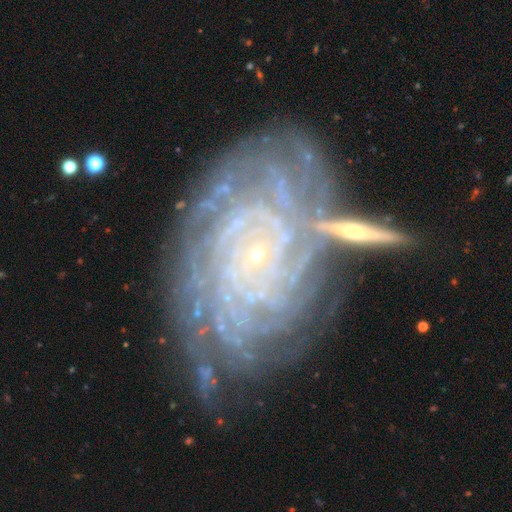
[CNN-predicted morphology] Overall: featured or disk (89%). Edge-on disk: no (97%). Bar: no (78%). Spiral arms: yes (97%). Spiral arm count: more than 4 (34%; can't tell 22%). Spiral winding: tight (86%). Bulge size: small (91%). Merging: none (59%).